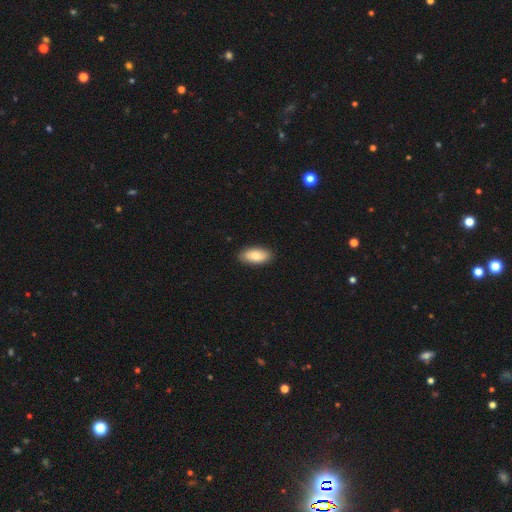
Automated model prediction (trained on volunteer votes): smooth-or-featured: smooth: 82% | featured or disk: 12% | star or artifact: 6%
  how-rounded: in between: 91% | cigar-shaped: 6% | round: 2%
  merging: none: 88% | minor disturbance: 9% | major disturbance: 2% | merger: 1%